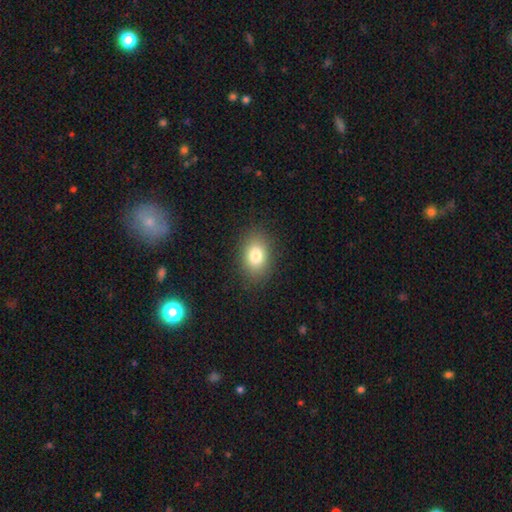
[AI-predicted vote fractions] Smooth or featured? Predicted: smooth (p=0.81). How rounded? Predicted: in between (p=0.75). Merging? Predicted: none (p=0.87).